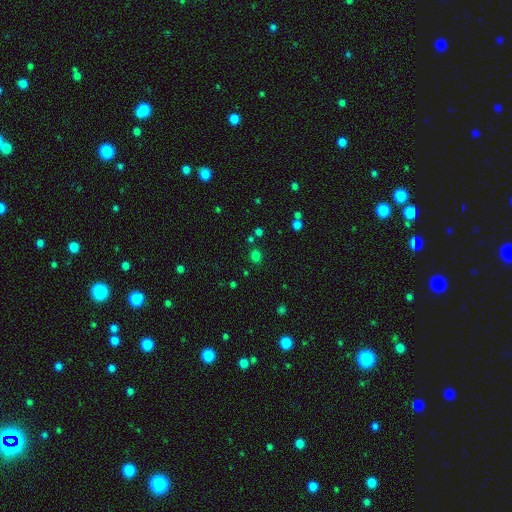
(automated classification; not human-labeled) A smooth galaxy with no disk features (72%) that is round (61%).

Vote fractions:
- Smooth or featured? smooth: 72% / star or artifact: 23% / featured or disk: 5%
- How rounded? round: 61% / in between: 38% / cigar-shaped: 1%
- Merging? none: 81% / minor disturbance: 10% / merger: 6% / major disturbance: 3%